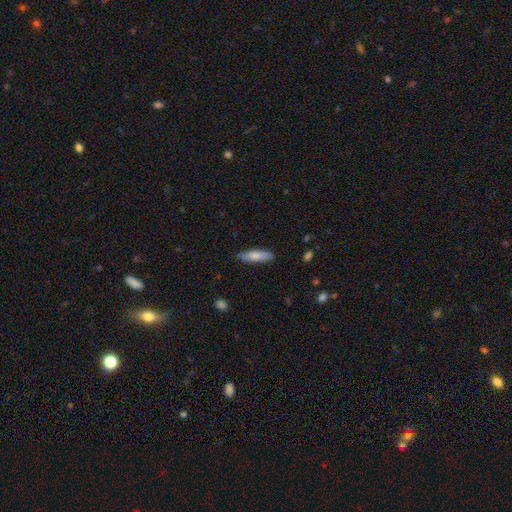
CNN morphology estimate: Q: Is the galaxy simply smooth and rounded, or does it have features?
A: smooth — 77%.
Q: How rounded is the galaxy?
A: cigar-shaped — 70%.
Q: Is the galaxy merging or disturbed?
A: none — 87%.